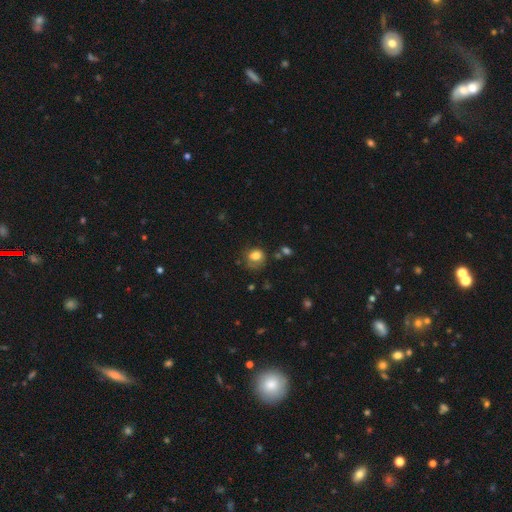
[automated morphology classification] type=smooth (77%); roundness=round (67%); merging=none (50%).